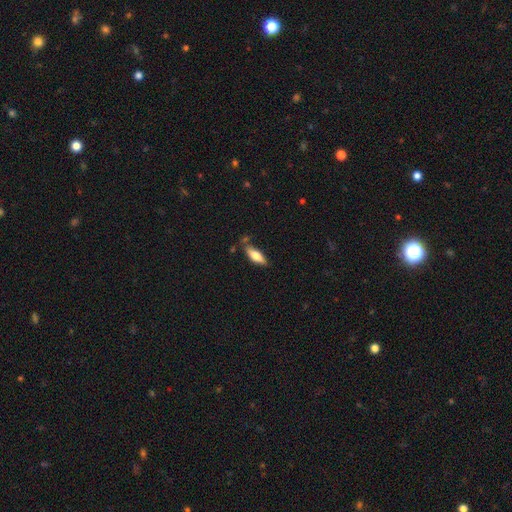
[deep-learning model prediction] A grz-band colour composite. It shows a smooth galaxy with no disk features (67%) that is in between round and cigar-shaped (59%). Merging: none (71%).